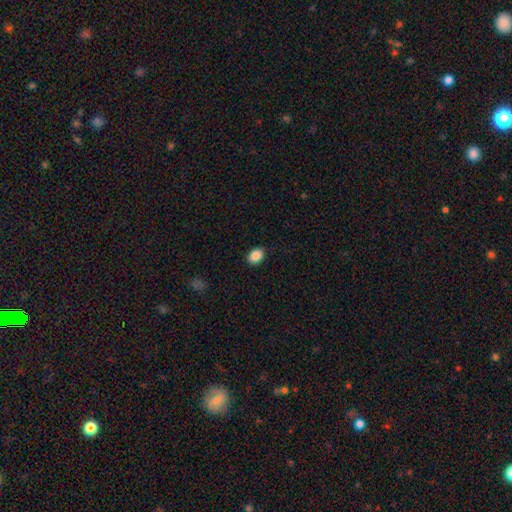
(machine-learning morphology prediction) A smooth galaxy with no disk features (87%) that is in between round and cigar-shaped (70%). Merging: none (88%).